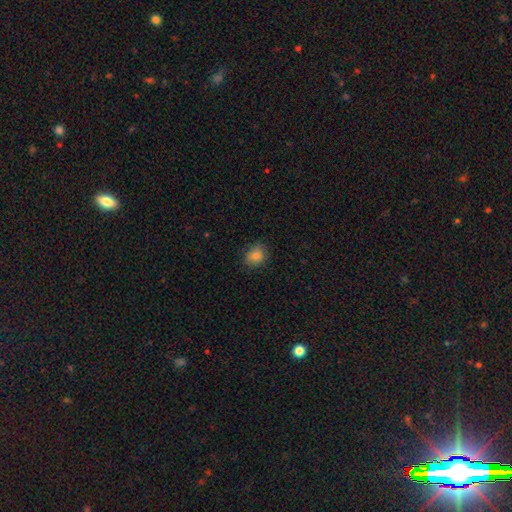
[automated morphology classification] This appears to be a smooth galaxy with no disk features (84%) that is round (65%). Merging: none (81%).